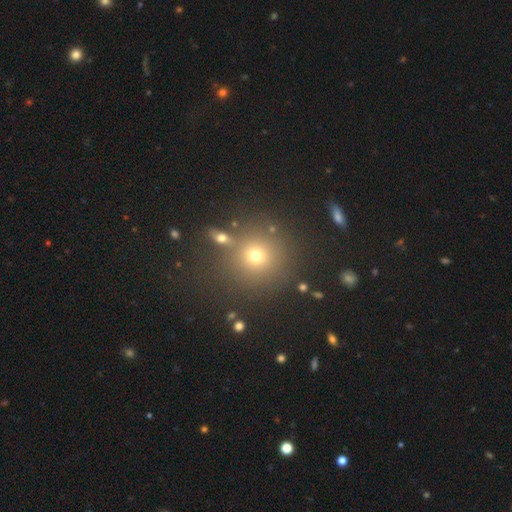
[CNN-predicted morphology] A smooth galaxy with no disk features (69%) that is round (92%).

Vote fractions:
- Smooth or featured? smooth: 69% / star or artifact: 21% / featured or disk: 11%
- How rounded? round: 92% / in between: 7% / cigar-shaped: 1%
- Merging? none: 80% / minor disturbance: 8% / merger: 8% / major disturbance: 4%